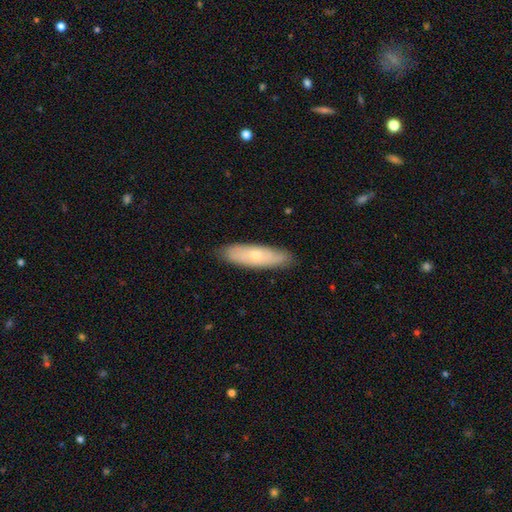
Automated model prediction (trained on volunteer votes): smooth_or_featured: smooth (p=0.55) [alt: featured or disk p=0.39]
how_rounded: cigar-shaped (p=0.58) [alt: in between p=0.40]
merging: none (p=0.85) [alt: minor disturbance p=0.12]